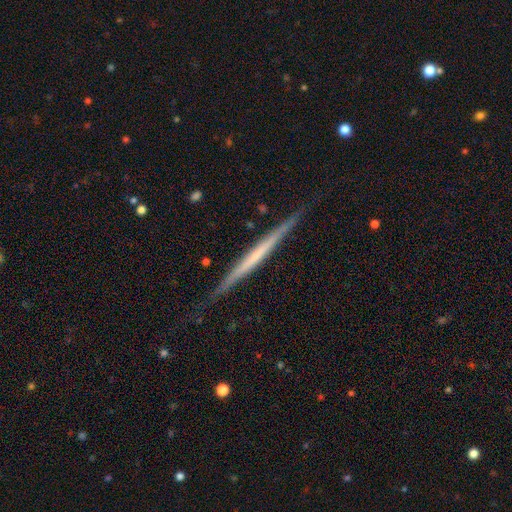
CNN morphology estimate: Q: Smooth or featured?
A: featured or disk (65%); runner-up: smooth (30%)
Q: Edge-on disk?
A: yes (98%); runner-up: no (2%)
Q: Edge-on bulge?
A: none (85%); runner-up: rounded (9%)
Q: Merging?
A: none (86%); runner-up: minor disturbance (11%)